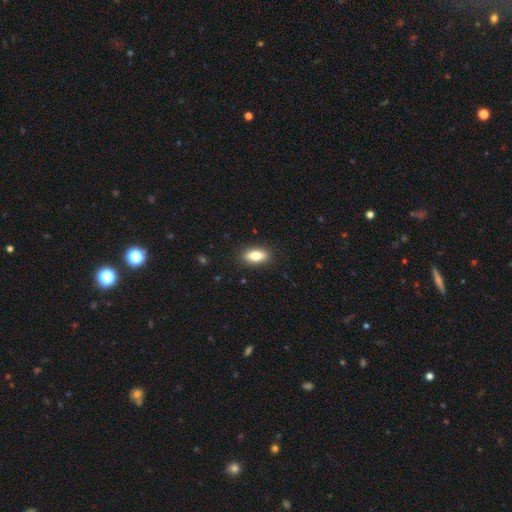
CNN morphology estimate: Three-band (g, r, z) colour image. It shows a smooth galaxy with no disk features (77%) that is in between round and cigar-shaped (85%). Merging: none (89%).